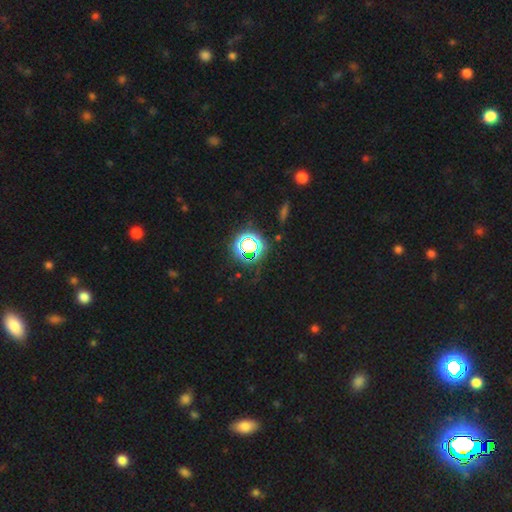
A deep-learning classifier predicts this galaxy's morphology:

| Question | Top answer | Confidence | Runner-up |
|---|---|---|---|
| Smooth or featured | star or artifact | 73% | smooth (18%) |